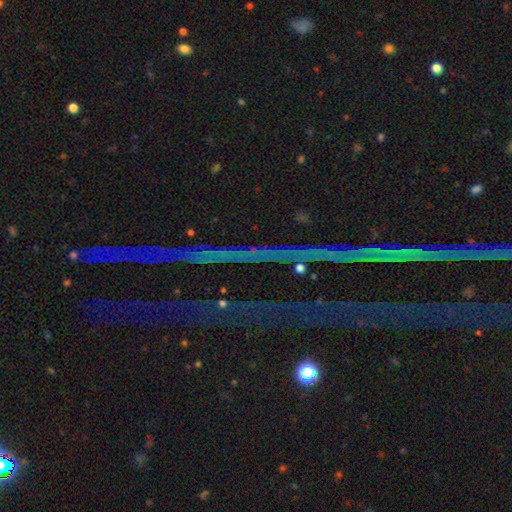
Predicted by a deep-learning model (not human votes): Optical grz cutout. It shows a star or artifact, not a galaxy (86%).